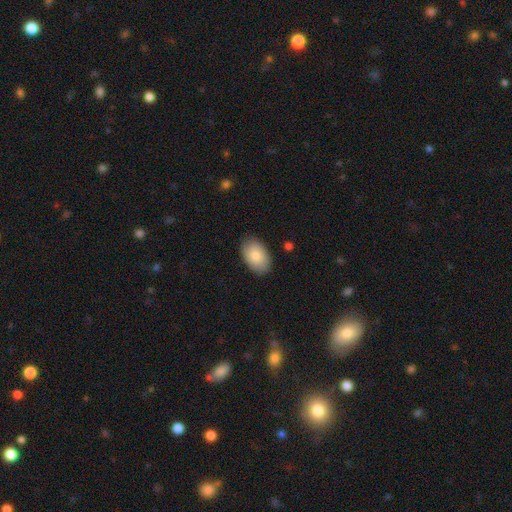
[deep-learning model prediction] Overall: smooth (82%). How rounded: in between (91%). Merging: none (86%).